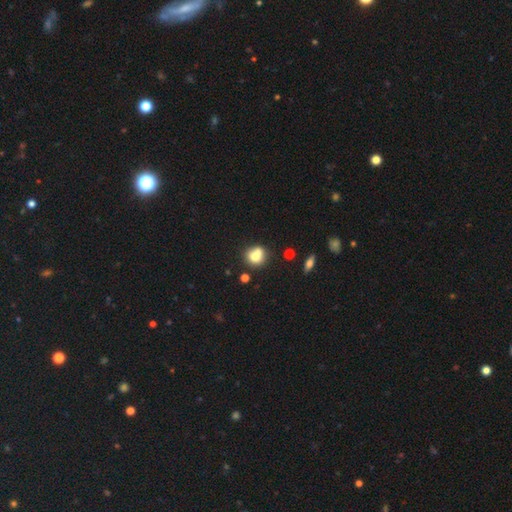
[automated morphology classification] Smooth or featured?
  - smooth: 72% *
  - featured or disk: 17%
  - star or artifact: 11%
How rounded?
  - round: 76% *
  - in between: 23%
  - cigar-shaped: 1%
Merging?
  - none: 42% *
  - merger: 40%
  - minor disturbance: 13%
  - major disturbance: 5%